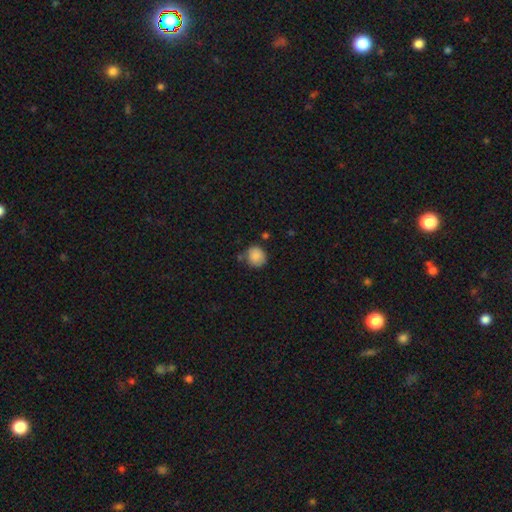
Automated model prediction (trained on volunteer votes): smooth-or-featured: smooth: 87% | star or artifact: 8% | featured or disk: 5%
  how-rounded: round: 83% | in between: 16% | cigar-shaped: 1%
  merging: none: 73% | minor disturbance: 17% | merger: 6% | major disturbance: 4%